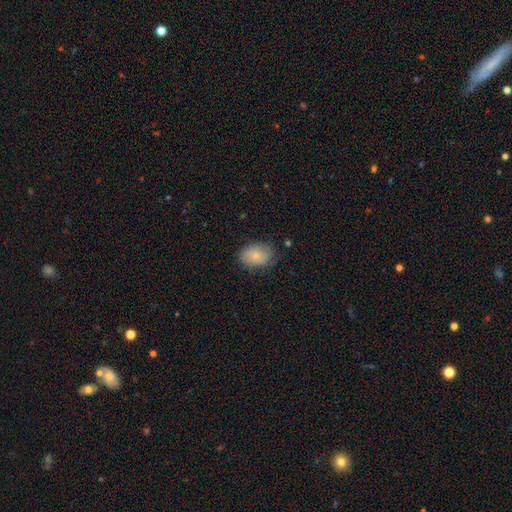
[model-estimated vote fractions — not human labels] This is likely a smooth galaxy (76%). How rounded: likely in between (73%). Merging: likely none (73%).